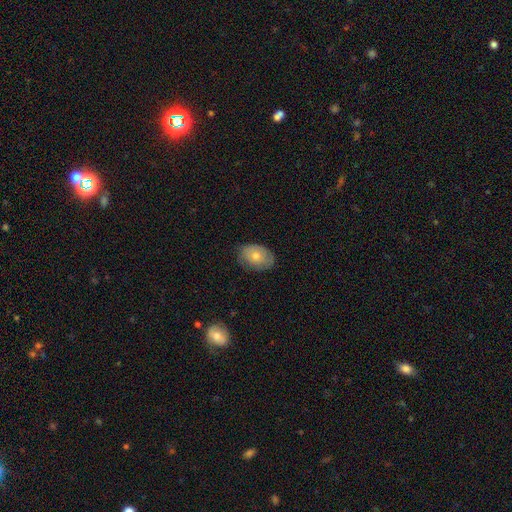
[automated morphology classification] Smooth or featured?
  - smooth: 65% *
  - featured or disk: 28%
  - star or artifact: 7%
How rounded?
  - in between: 79% *
  - round: 20%
  - cigar-shaped: 1%
Merging?
  - none: 72% *
  - minor disturbance: 22%
  - major disturbance: 5%
  - merger: 1%